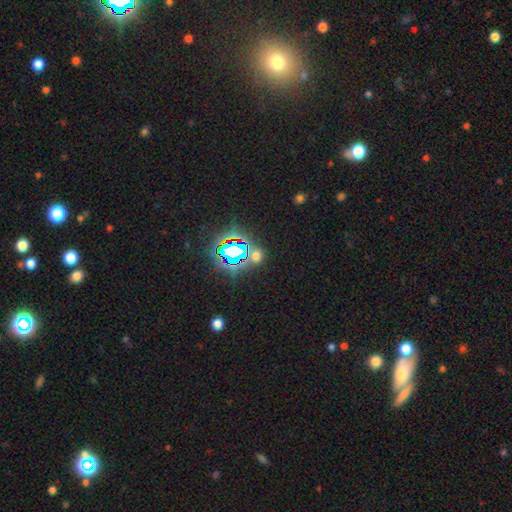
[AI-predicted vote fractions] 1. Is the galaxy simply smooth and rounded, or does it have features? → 56% star or artifact, 36% smooth, 8% featured or disk.